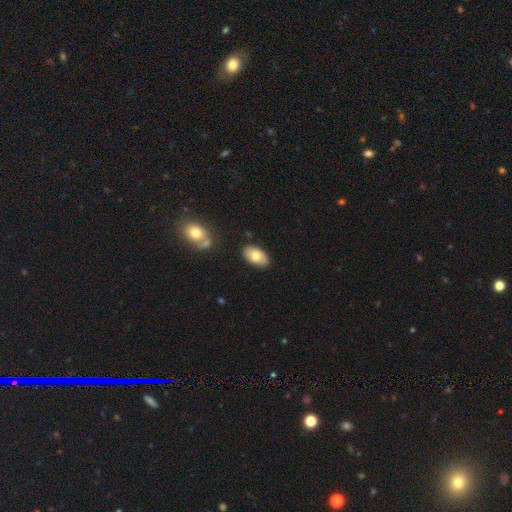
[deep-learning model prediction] Q: Smooth or featured?
A: smooth (76%); runner-up: featured or disk (17%)
Q: How rounded?
A: in between (93%); runner-up: round (5%)
Q: Merging?
A: none (82%); runner-up: minor disturbance (13%)